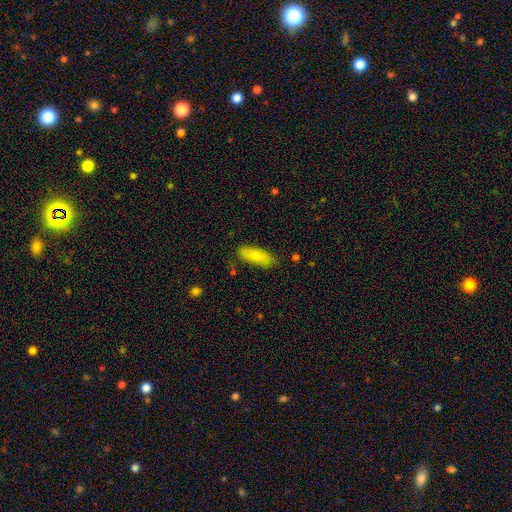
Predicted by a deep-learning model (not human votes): A smooth galaxy with no disk features (83%) that is in between round and cigar-shaped (74%).

Vote fractions:
- Smooth or featured? smooth: 83% / featured or disk: 11% / star or artifact: 6%
- How rounded? in between: 74% / cigar-shaped: 24% / round: 2%
- Merging? none: 80% / minor disturbance: 15% / major disturbance: 3% / merger: 2%